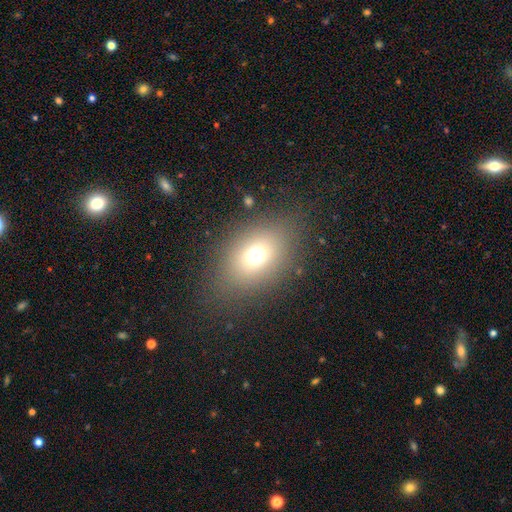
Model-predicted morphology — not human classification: Smooth or featured? smooth (69%)
How rounded? in between (70%)
Merging? none (80%)